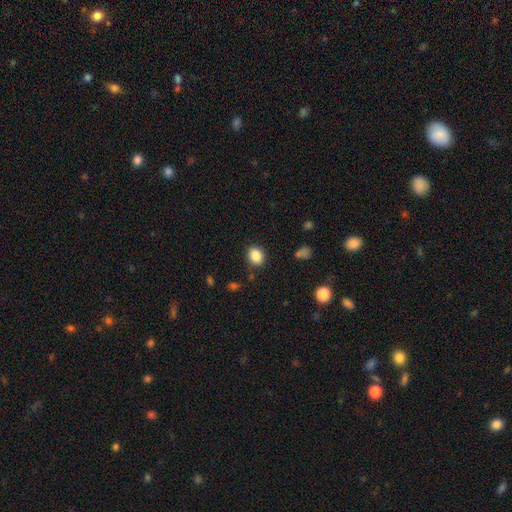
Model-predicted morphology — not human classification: Smooth or featured: smooth — 86% (star or artifact — 9%)
How rounded: in between — 51% (round — 48%)
Merging: none — 85% (minor disturbance — 10%)